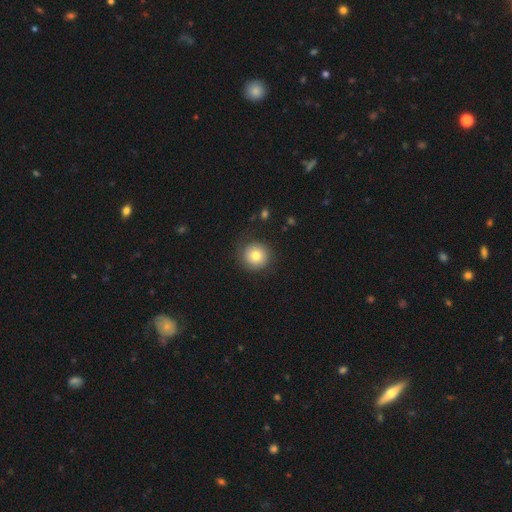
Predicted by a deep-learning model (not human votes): Q: Smooth or featured?
A: smooth (75%); runner-up: featured or disk (16%)
Q: How rounded?
A: round (93%); runner-up: in between (6%)
Q: Merging?
A: none (82%); runner-up: minor disturbance (12%)